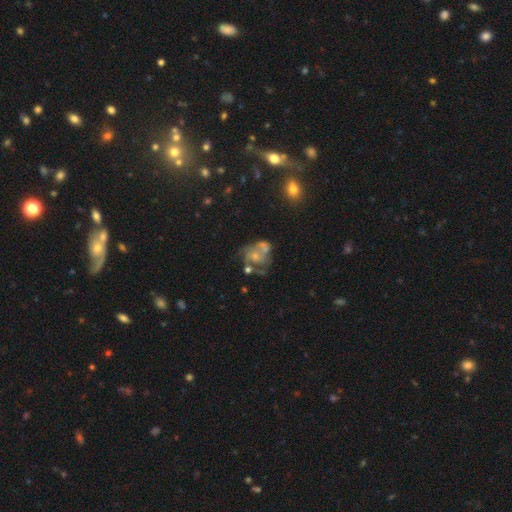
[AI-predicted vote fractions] A featured or disk galaxy (61%) with no bar (82%), spiral arms (52%) and a moderate central bulge (41%). Merging: merger (32%).